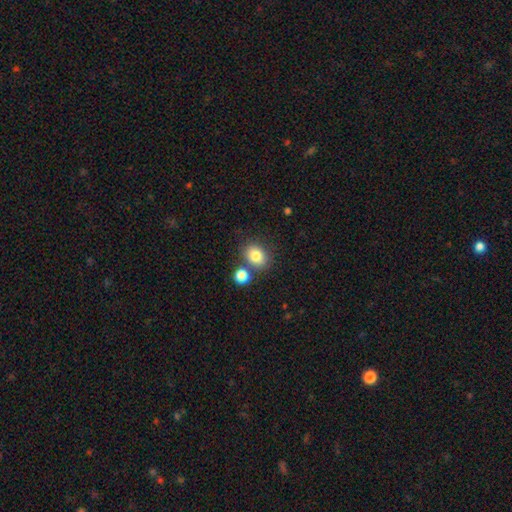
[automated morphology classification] This is clearly a smooth galaxy (82%). How rounded: possibly round (52%). Merging: likely none (68%).